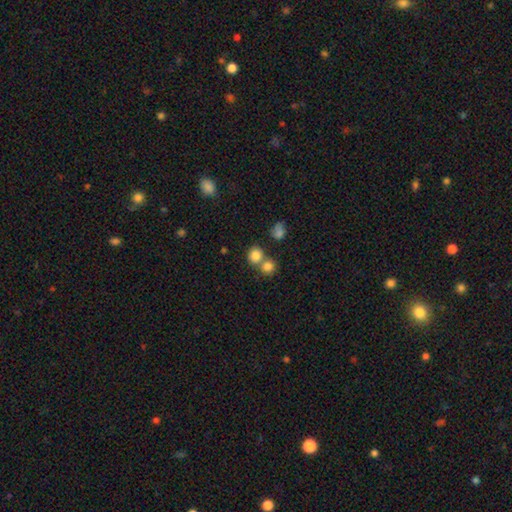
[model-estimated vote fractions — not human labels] This is clearly a smooth galaxy (82%). How rounded: clearly round (82%). Merging: possibly none (52%).